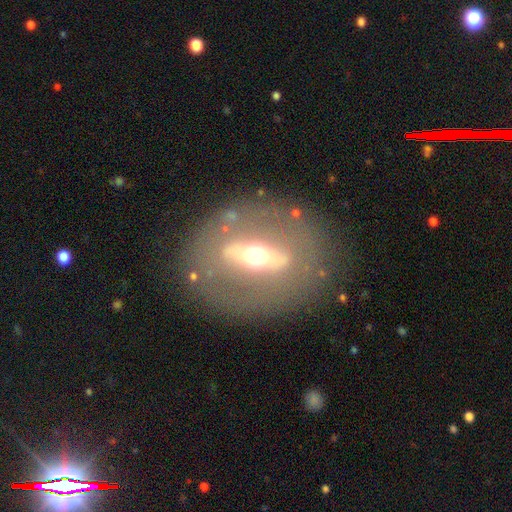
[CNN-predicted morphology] This is likely a featured or disk galaxy (71%). It is likely not viewed edge-on (67%). Merging: clearly none (80%).